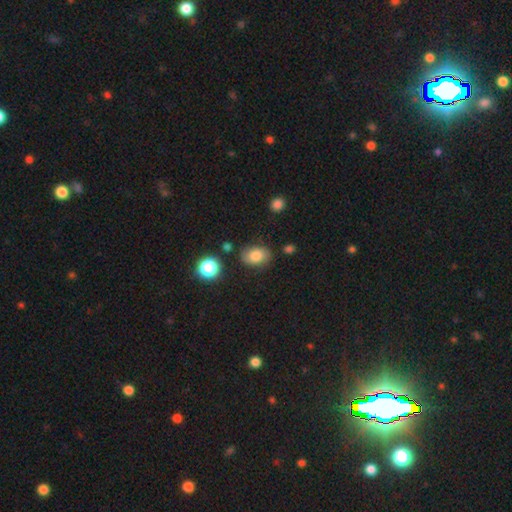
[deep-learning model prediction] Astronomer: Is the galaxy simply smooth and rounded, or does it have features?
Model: smooth — 70%.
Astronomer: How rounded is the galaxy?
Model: in between — 75%.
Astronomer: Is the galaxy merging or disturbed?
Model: none — 73%.